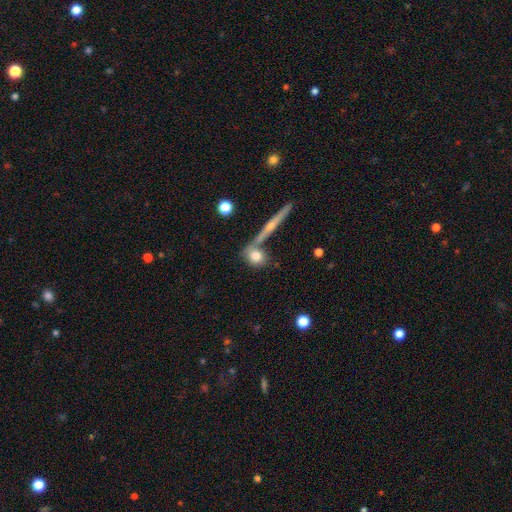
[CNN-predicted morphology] smooth_or_featured: smooth (p=0.73) [alt: featured or disk p=0.19]
how_rounded: round (p=0.62) [alt: in between p=0.28]
merging: none (p=0.59) [alt: merger p=0.24]